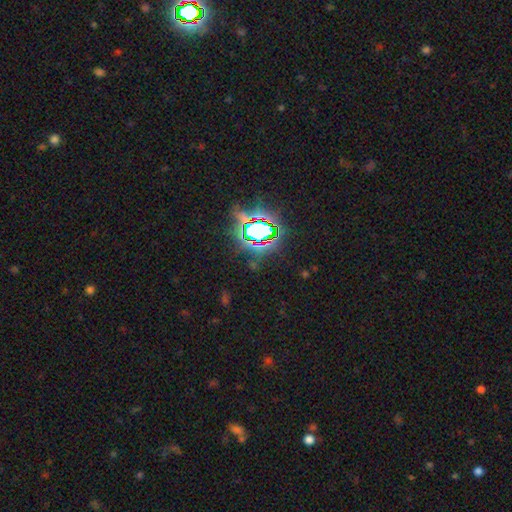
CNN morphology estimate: This appears to be a star or artifact, not a galaxy (82%).